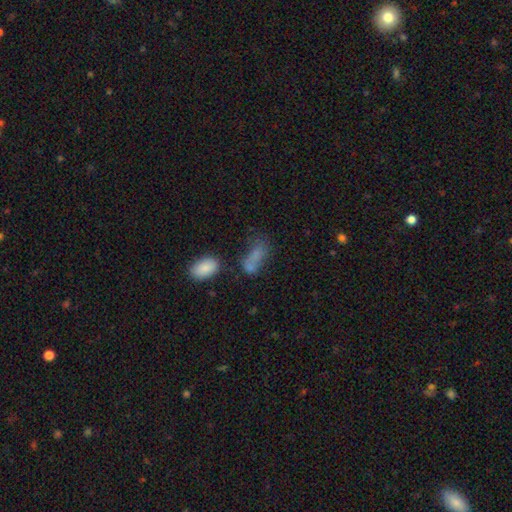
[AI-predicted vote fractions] Smooth or featured? smooth (70%)
How rounded? in between (80%)
Merging? none (32%)